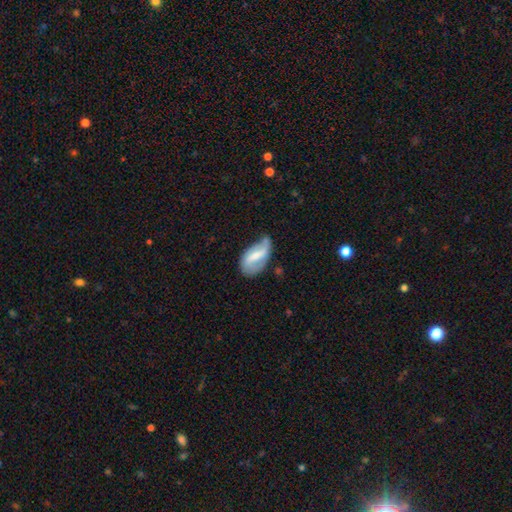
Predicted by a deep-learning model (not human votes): A featured or disk galaxy (51%). Merging: none (40%).